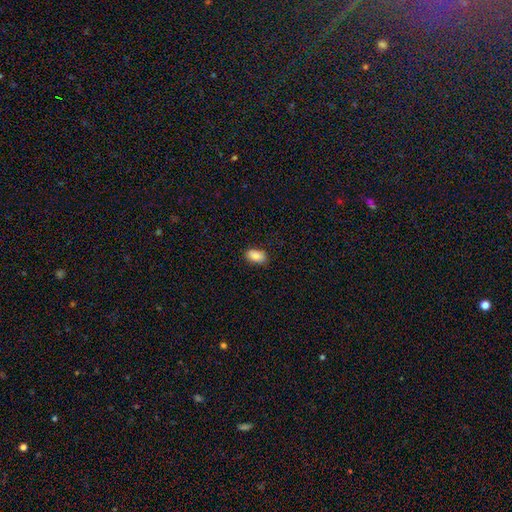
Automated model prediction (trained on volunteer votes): Q: Smooth or featured?
A: smooth (86%); runner-up: star or artifact (8%)
Q: How rounded?
A: in between (92%); runner-up: round (7%)
Q: Merging?
A: none (85%); runner-up: minor disturbance (12%)